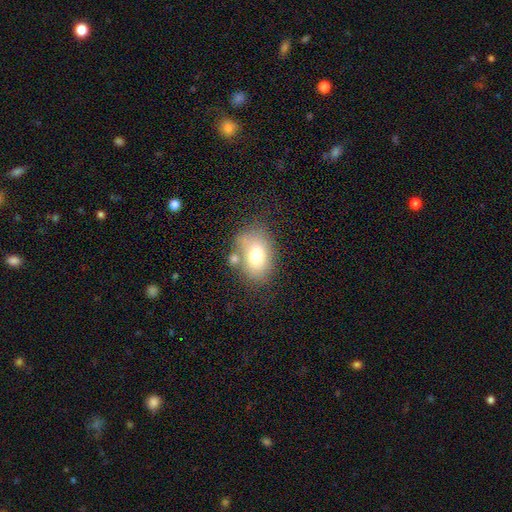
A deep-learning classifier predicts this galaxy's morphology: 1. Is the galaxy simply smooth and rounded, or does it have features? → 72% smooth, 18% featured or disk, 10% star or artifact.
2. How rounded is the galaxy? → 80% in between, 19% round, 1% cigar-shaped.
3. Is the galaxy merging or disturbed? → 58% none, 19% minor disturbance, 15% merger, 8% major disturbance.